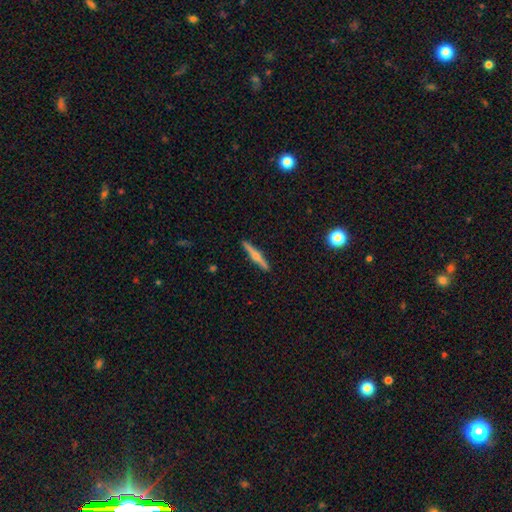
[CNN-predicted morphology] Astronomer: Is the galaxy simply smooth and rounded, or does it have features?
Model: featured or disk — 67%.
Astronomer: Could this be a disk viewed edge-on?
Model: yes — 98%.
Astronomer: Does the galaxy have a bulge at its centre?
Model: rounded — 90%.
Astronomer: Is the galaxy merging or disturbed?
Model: none — 92%.